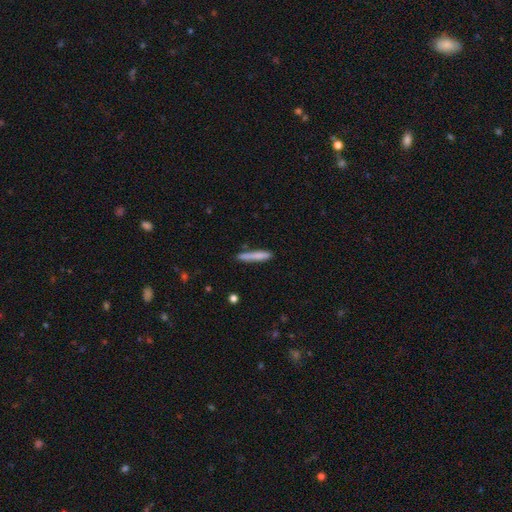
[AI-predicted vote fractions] smooth 78%, featured or disk 16%, star or artifact 6%. Down the decision tree: how rounded — cigar-shaped (94%); merging — none (81%).